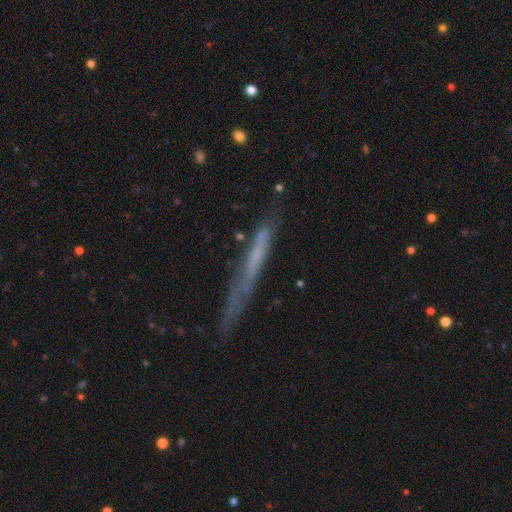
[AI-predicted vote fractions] A featured or disk galaxy (47%).

Vote fractions:
- Smooth or featured? featured or disk: 47% / smooth: 43% / star or artifact: 10%
- Merging? none: 66% / minor disturbance: 23% / major disturbance: 8% / merger: 3%